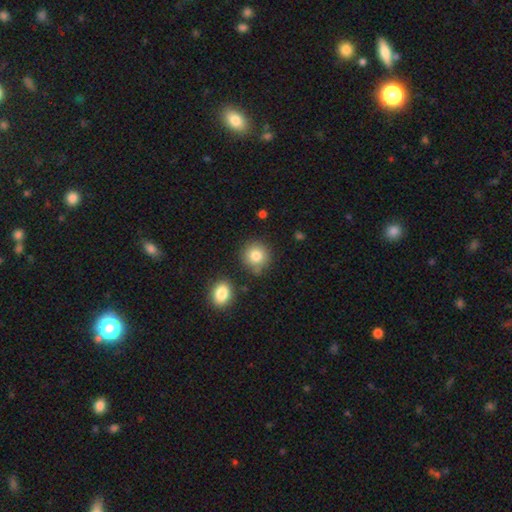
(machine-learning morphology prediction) smooth 82%, star or artifact 10%, featured or disk 8%. Down the decision tree: how rounded — round (90%); merging — none (77%).